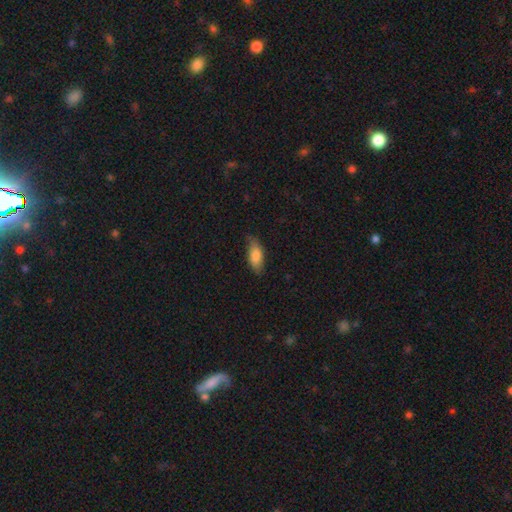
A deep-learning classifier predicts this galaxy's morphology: A smooth galaxy with no disk features (81%) that is in between round and cigar-shaped (81%). Merging: none (74%).